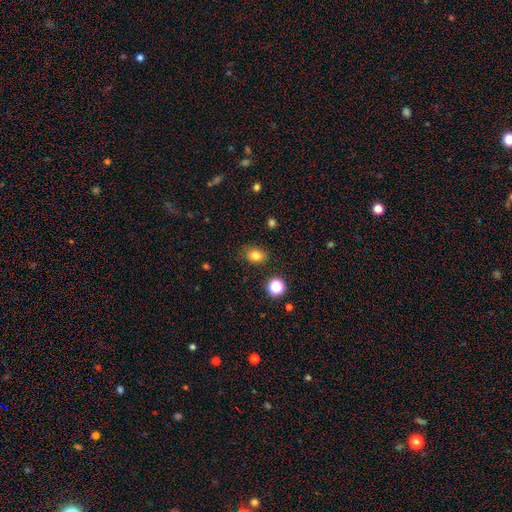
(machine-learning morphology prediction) smooth_or_featured: smooth (p=0.81) [alt: star or artifact p=0.13]
how_rounded: in between (p=0.55) [alt: round p=0.44]
merging: none (p=0.83) [alt: minor disturbance p=0.12]